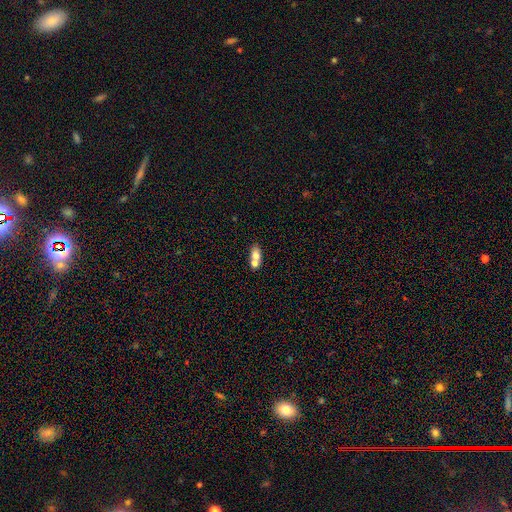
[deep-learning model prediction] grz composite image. It shows a smooth galaxy with no disk features (70%) that is in between round and cigar-shaped (74%). Merging: merger (54%).